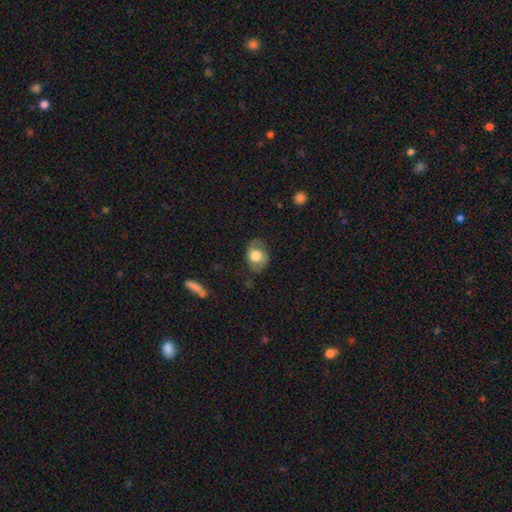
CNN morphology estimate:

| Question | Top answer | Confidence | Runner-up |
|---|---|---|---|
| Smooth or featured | smooth | 61% | featured or disk (32%) |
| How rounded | in between | 68% | round (31%) |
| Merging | none | 63% | minor disturbance (25%) |